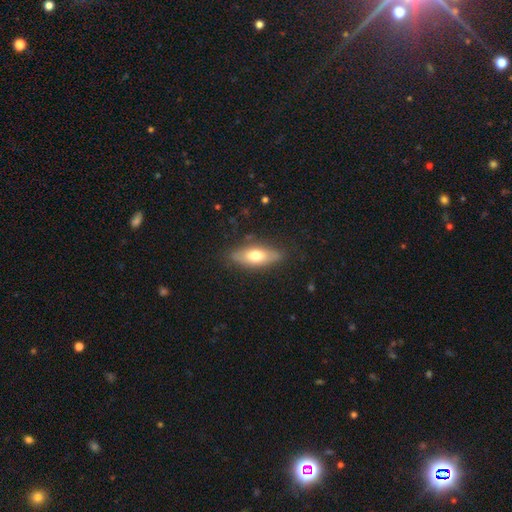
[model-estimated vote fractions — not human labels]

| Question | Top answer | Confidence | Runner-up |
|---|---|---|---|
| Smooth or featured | smooth | 64% | featured or disk (29%) |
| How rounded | in between | 71% | cigar-shaped (26%) |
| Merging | none | 81% | minor disturbance (14%) |